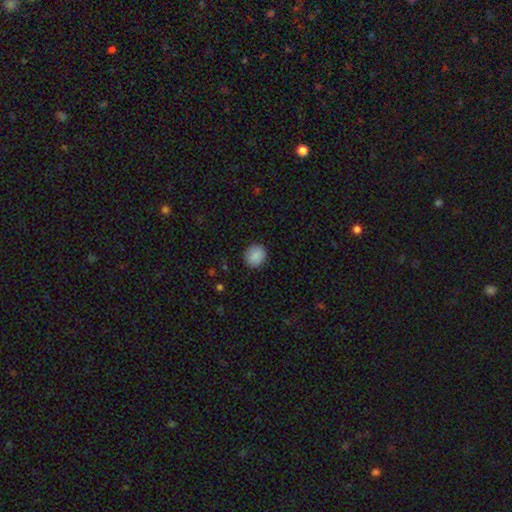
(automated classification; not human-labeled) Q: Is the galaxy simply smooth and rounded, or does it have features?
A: smooth — 88%.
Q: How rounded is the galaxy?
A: round — 82%.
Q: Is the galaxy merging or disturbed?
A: none — 88%.